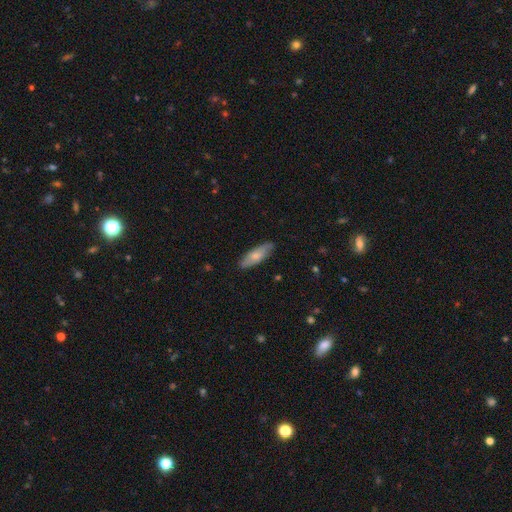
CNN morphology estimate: The model was most divided on "how rounded": in between: 58%, cigar-shaped: 40%, round: 2%. More confident: merging — none (84%); smooth or featured — smooth (65%).